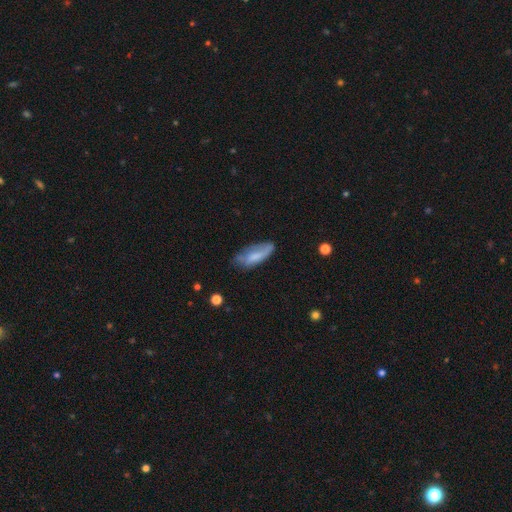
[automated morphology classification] smooth 59%, featured or disk 34%, star or artifact 8%. Down the decision tree: how rounded — in between (71%); merging — none (50%).